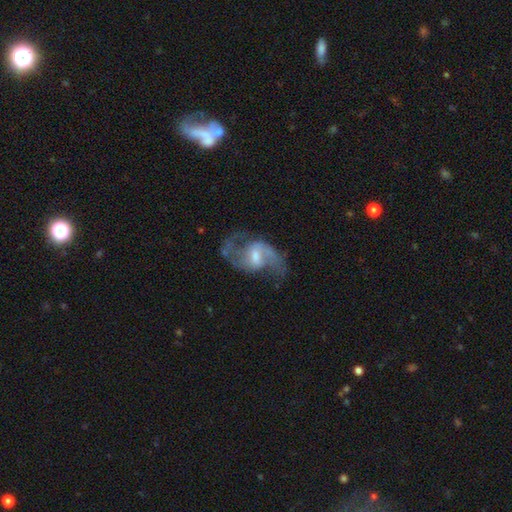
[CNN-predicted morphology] Smooth or featured? featured or disk (86%)
Edge-on disk? no (97%)
Bar? weak (56%)
Spiral arms? yes (95%)
Spiral winding? loose (47%)
Spiral arm count? 2 (90%)
Bulge size? moderate (47%)
Merging? none (66%)